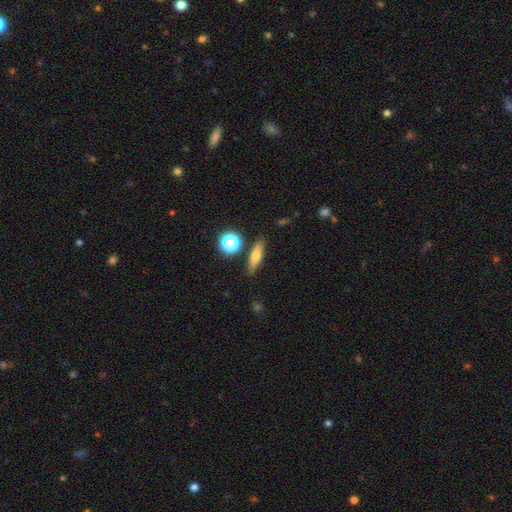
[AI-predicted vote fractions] Smooth or featured? Predicted: smooth (p=0.66). How rounded? Predicted: cigar-shaped (p=0.57). Merging? Predicted: none (p=0.84).